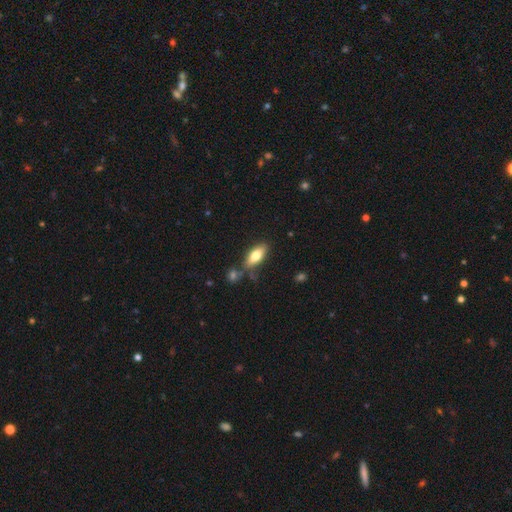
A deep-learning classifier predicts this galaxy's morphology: Smooth or featured: smooth — 70% (featured or disk — 23%)
How rounded: in between — 75% (cigar-shaped — 22%)
Merging: none — 71% (minor disturbance — 15%)